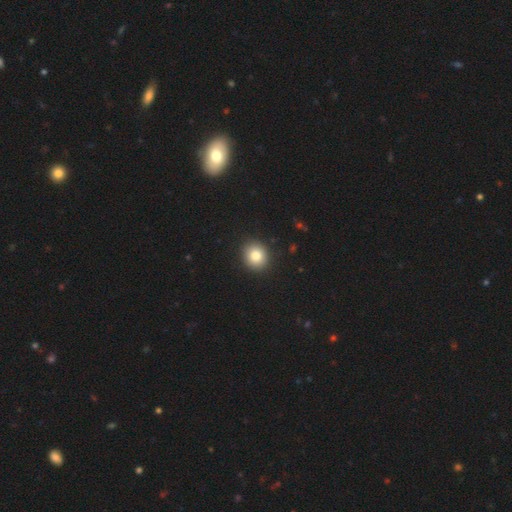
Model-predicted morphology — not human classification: Overall: smooth (81%). How rounded: round (80%). Merging: none (91%).